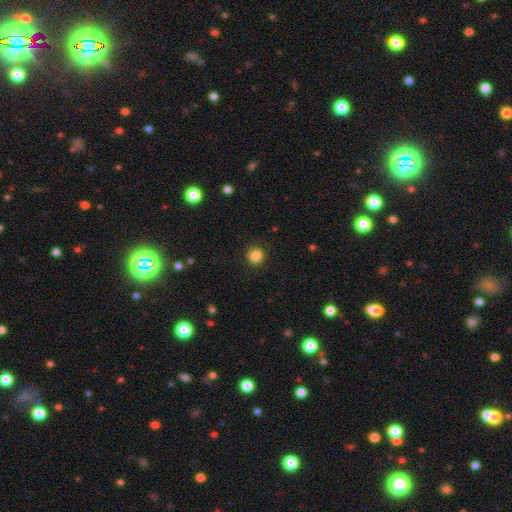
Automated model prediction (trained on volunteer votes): Q: Smooth or featured?
A: smooth (86%); runner-up: star or artifact (11%)
Q: How rounded?
A: round (91%); runner-up: in between (8%)
Q: Merging?
A: none (90%); runner-up: minor disturbance (7%)